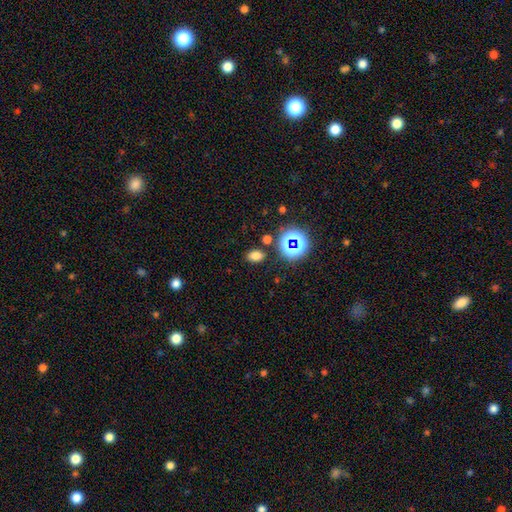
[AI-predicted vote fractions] Smooth or featured: smooth — 72% (star or artifact — 22%)
How rounded: in between — 77% (round — 21%)
Merging: none — 82% (minor disturbance — 10%)